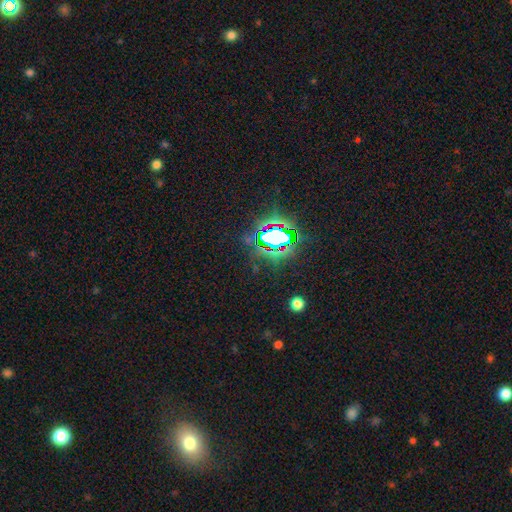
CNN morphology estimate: The model was most divided on "smooth or featured": star or artifact: 81%, smooth: 12%, featured or disk: 7%.